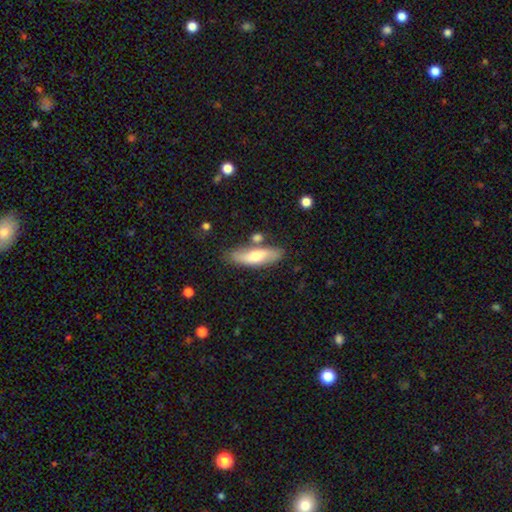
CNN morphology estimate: The model was most divided on "how rounded": in between: 51%, cigar-shaped: 47%, round: 3%. More confident: merging — none (72%); smooth or featured — smooth (58%).